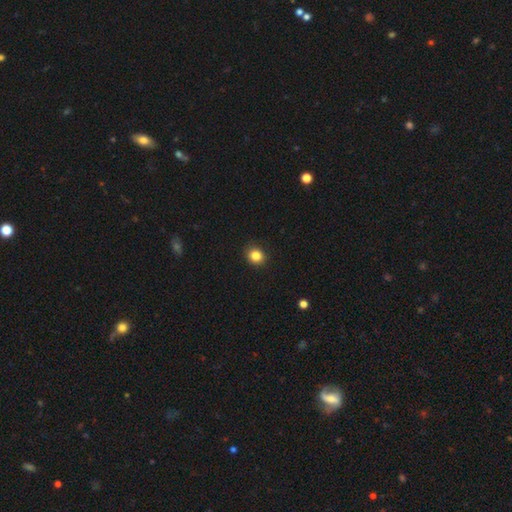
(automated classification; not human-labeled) Smooth or featured? Predicted: smooth (p=0.84). How rounded? Predicted: round (p=0.75). Merging? Predicted: none (p=0.89).